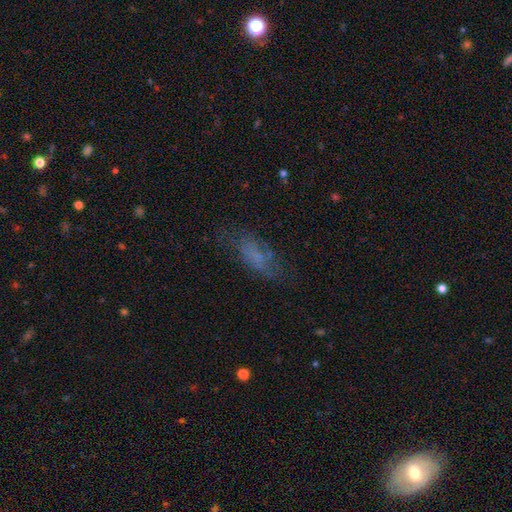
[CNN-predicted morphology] A smooth galaxy with no disk features (55%) that is in between round and cigar-shaped (72%). Merging: none (57%).